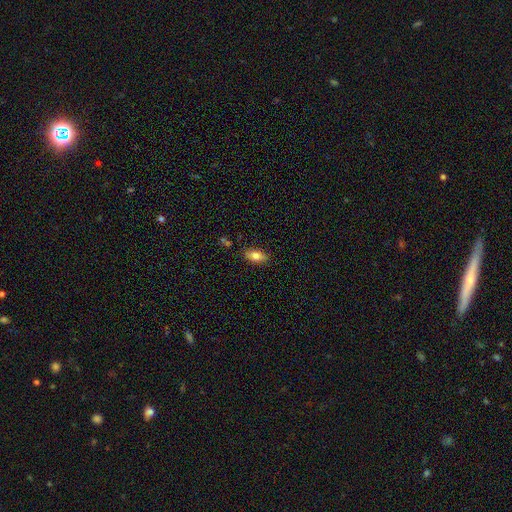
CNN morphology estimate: A smooth galaxy with no disk features (80%) that is in between round and cigar-shaped (87%). Merging: none (83%).